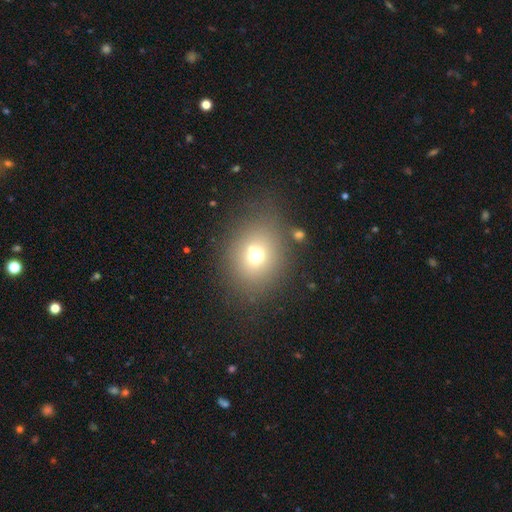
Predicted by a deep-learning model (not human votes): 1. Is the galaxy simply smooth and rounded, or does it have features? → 66% smooth, 19% star or artifact, 15% featured or disk.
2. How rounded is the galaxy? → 66% round, 33% in between, 1% cigar-shaped.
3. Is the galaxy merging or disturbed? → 69% none, 13% minor disturbance, 10% merger, 8% major disturbance.